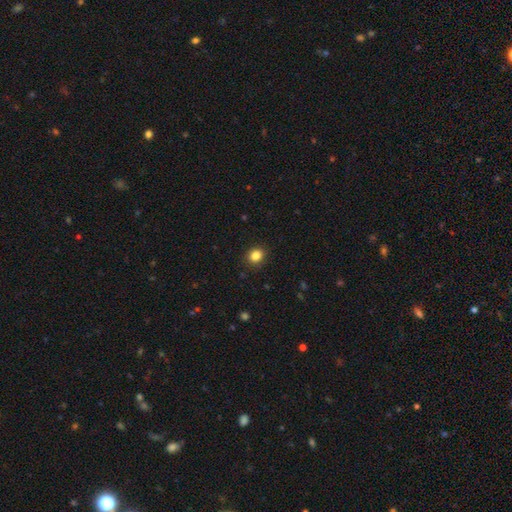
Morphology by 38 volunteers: smooth_or_featured: smooth (p=0.92) [alt: star or artifact p=0.08]
how_rounded: round (p=0.74) [alt: in between p=0.26]
merging: none (p=0.89) [alt: minor disturbance p=0.09]